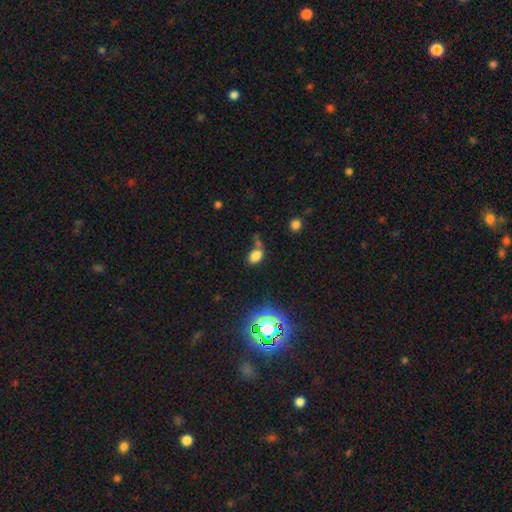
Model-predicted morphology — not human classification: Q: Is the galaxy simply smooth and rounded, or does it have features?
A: smooth — 75%.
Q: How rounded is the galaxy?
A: in between — 76%.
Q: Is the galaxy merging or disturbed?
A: none — 48%.